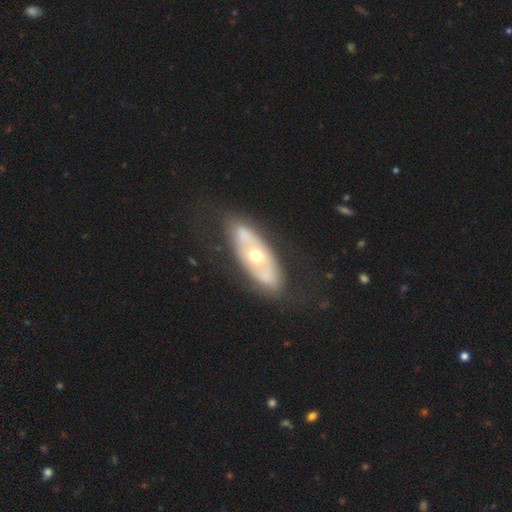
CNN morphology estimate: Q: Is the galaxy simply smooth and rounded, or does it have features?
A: featured or disk — 64%.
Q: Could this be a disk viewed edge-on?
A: no — 82%.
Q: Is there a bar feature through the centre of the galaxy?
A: no — 87%.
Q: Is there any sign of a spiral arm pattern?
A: no — 81%.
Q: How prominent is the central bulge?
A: moderate — 74%.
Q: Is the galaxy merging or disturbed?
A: none — 74%.